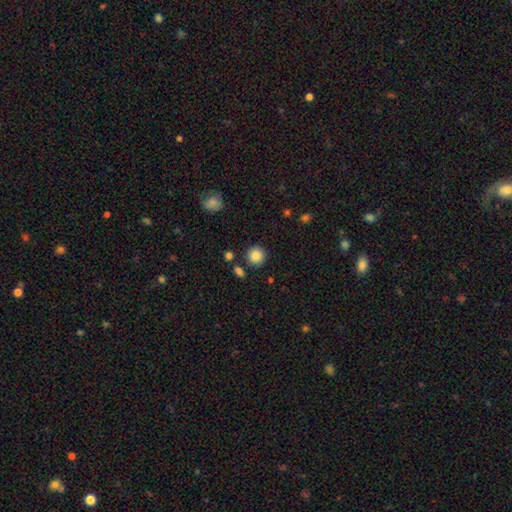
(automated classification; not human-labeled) Smooth or featured?
  - smooth: 86% *
  - star or artifact: 9%
  - featured or disk: 4%
How rounded?
  - round: 93% *
  - in between: 6%
  - cigar-shaped: 1%
Merging?
  - none: 87% *
  - minor disturbance: 7%
  - merger: 4%
  - major disturbance: 2%